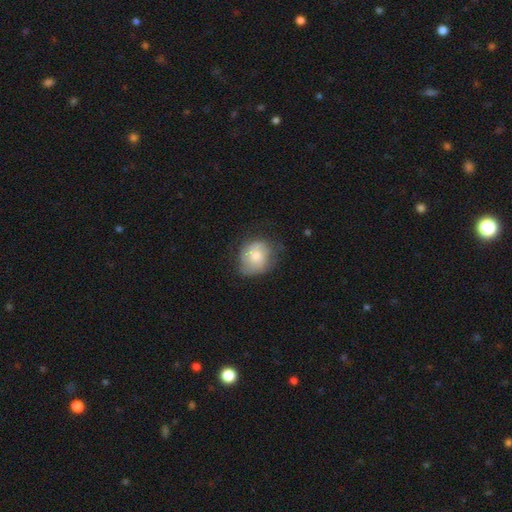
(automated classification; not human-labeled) Q: Smooth or featured?
A: smooth (65%); runner-up: featured or disk (28%)
Q: How rounded?
A: round (66%); runner-up: in between (33%)
Q: Merging?
A: none (55%); runner-up: minor disturbance (31%)